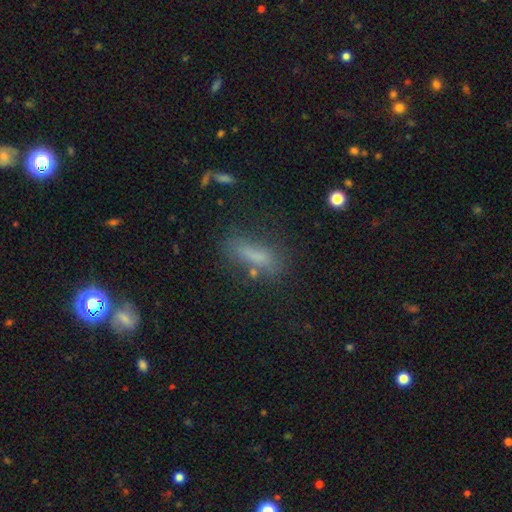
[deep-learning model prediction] Morphology: type=smooth (71%); roundness=cigar-shaped (53%); merging=none (65%).